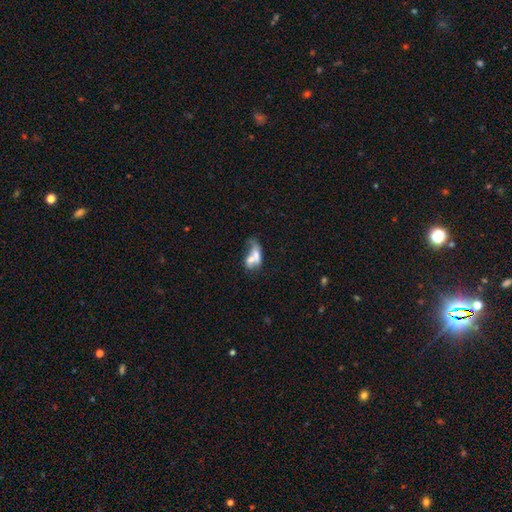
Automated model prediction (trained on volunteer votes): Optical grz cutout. It shows a smooth galaxy with no disk features (54%) that is in between round and cigar-shaped (79%). Merging: merger (58%).